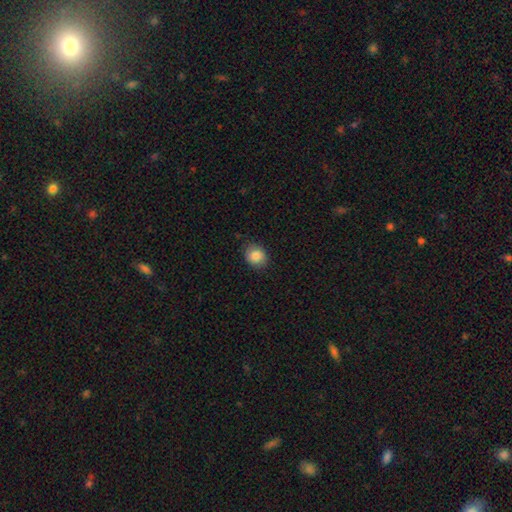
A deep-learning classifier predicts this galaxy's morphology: A smooth galaxy with no disk features (86%) that is round (64%).

Vote fractions:
- Smooth or featured? smooth: 86% / star or artifact: 9% / featured or disk: 5%
- How rounded? round: 64% / in between: 35% / cigar-shaped: 1%
- Merging? none: 84% / minor disturbance: 12% / major disturbance: 3% / merger: 1%